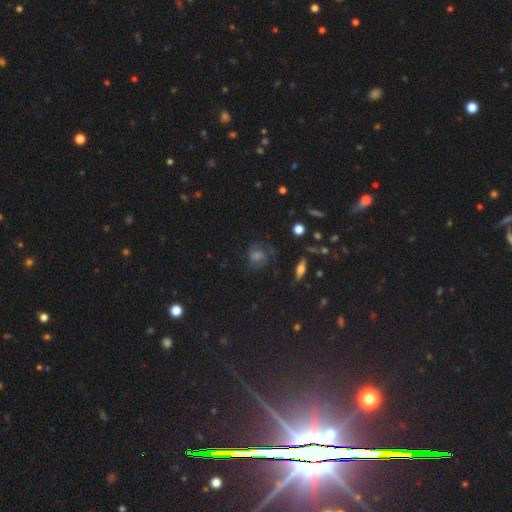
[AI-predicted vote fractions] Morphology: type=featured or disk (41%); merging=none (69%).